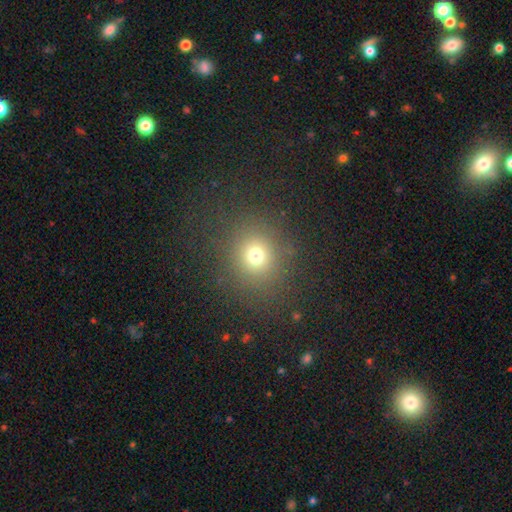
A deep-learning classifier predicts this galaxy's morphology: This appears to be a smooth galaxy with no disk features (70%) that is round (82%). Merging: none (83%).